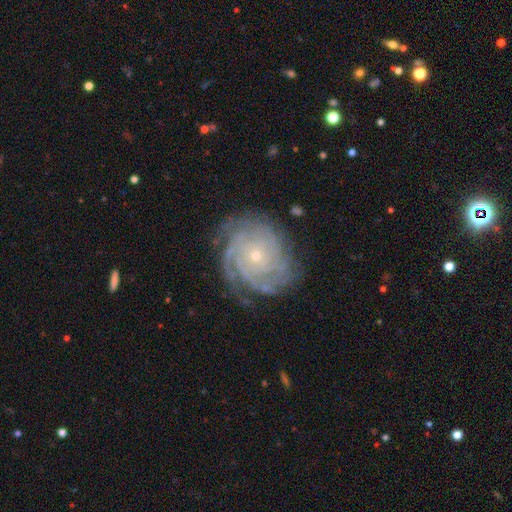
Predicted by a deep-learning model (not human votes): The model was most divided on "spiral arm count": 4: 26%, can't tell: 25%, more than 4: 20%, 3: 14%, 2: 9%, 1: 7%. More confident: edge-on disk — no (97%); spiral arms — yes (97%); smooth or featured — featured or disk (86%); bar — no (82%); bulge size — small (80%); spiral winding — tight (78%); merging — none (76%).